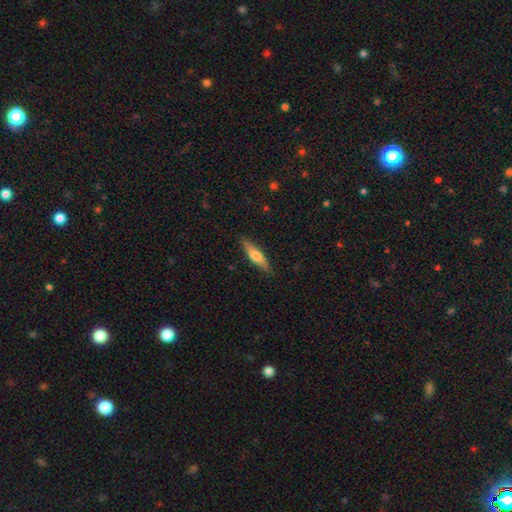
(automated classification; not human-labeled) A smooth galaxy with no disk features (61%) that is cigar-shaped (69%). Merging: none (85%).